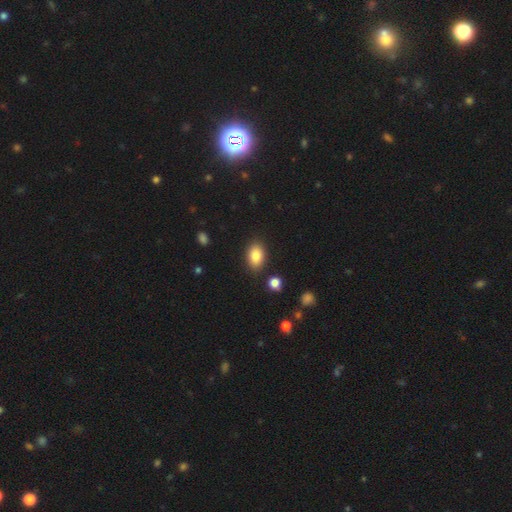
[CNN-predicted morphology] Smooth or featured? Predicted: smooth (p=0.86). How rounded? Predicted: in between (p=0.88). Merging? Predicted: none (p=0.85).